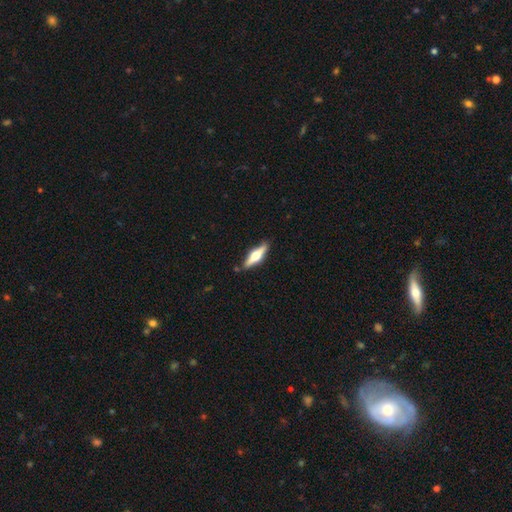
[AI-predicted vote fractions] Smooth or featured?
  - featured or disk: 64% *
  - smooth: 31%
  - star or artifact: 5%
Edge-on disk?
  - yes: 96% *
  - no: 4%
Edge-on bulge?
  - rounded: 94% *
  - boxy: 4%
  - none: 2%
Merging?
  - none: 86% *
  - minor disturbance: 10%
  - major disturbance: 2%
  - merger: 2%